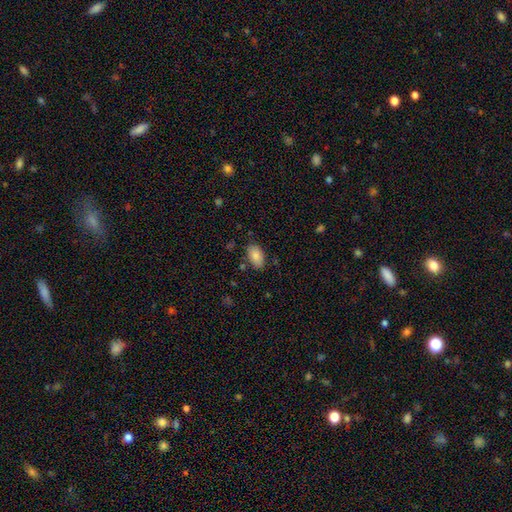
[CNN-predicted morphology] smooth_or_featured: smooth (p=0.86) [alt: featured or disk p=0.07]
how_rounded: in between (p=0.94) [alt: round p=0.04]
merging: none (p=0.81) [alt: minor disturbance p=0.13]